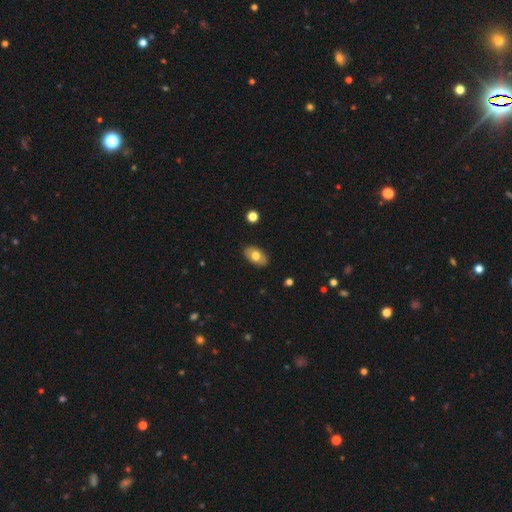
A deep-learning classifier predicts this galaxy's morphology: A smooth galaxy with no disk features (71%) that is in between round and cigar-shaped (91%).

Vote fractions:
- Smooth or featured? smooth: 71% / featured or disk: 21% / star or artifact: 7%
- How rounded? in between: 91% / round: 7% / cigar-shaped: 2%
- Merging? none: 87% / minor disturbance: 10% / major disturbance: 2% / merger: 1%